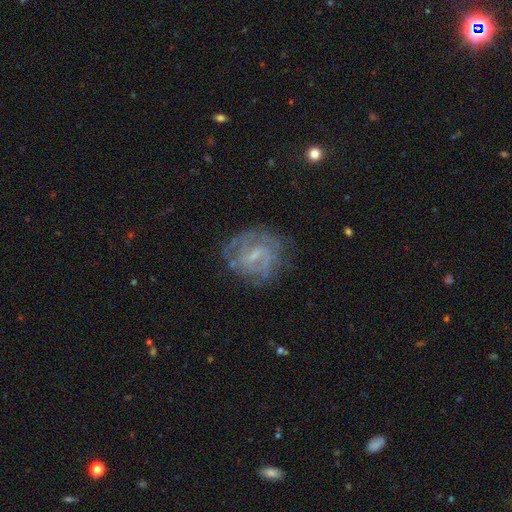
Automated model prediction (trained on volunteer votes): The model was most divided on "spiral winding": tight: 48%, medium: 39%, loose: 13%. Remaining: edge-on disk — no (97%); spiral arms — yes (83%); smooth or featured — featured or disk (77%); merging — none (69%); bar — weak (55%); bulge size — small (52%); spiral arm count — 2 (45%).